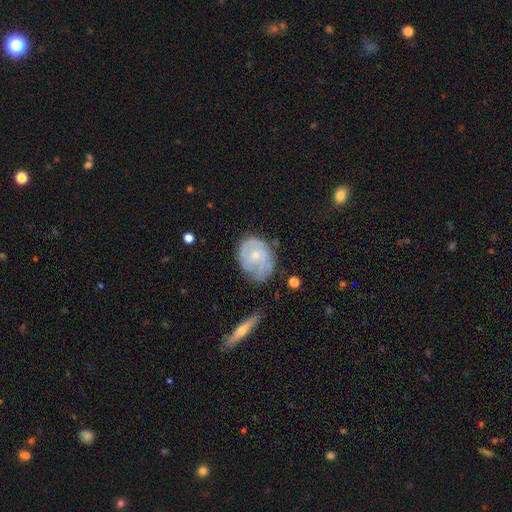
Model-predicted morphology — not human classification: Smooth or featured?
  - featured or disk: 68% *
  - smooth: 26%
  - star or artifact: 6%
Edge-on disk?
  - no: 96% *
  - yes: 4%
Bar?
  - no: 77% *
  - weak: 20%
  - strong: 3%
Spiral arms?
  - yes: 79% *
  - no: 21%
Spiral winding?
  - tight: 58% *
  - medium: 31%
  - loose: 12%
Spiral arm count?
  - can't tell: 41% *
  - 2: 30%
  - 3: 15%
  - 1: 6%
  - 4: 5%
  - more than 4: 3%
Bulge size?
  - small: 60% *
  - moderate: 35%
  - none: 2%
  - large: 1%
  - dominant: 1%
Merging?
  - none: 57% *
  - minor disturbance: 29%
  - major disturbance: 11%
  - merger: 3%